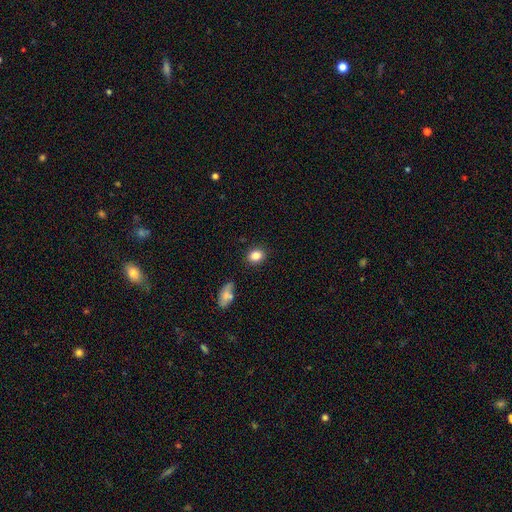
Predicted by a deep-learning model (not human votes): Smooth or featured? smooth (84%)
How rounded? round (56%)
Merging? none (86%)